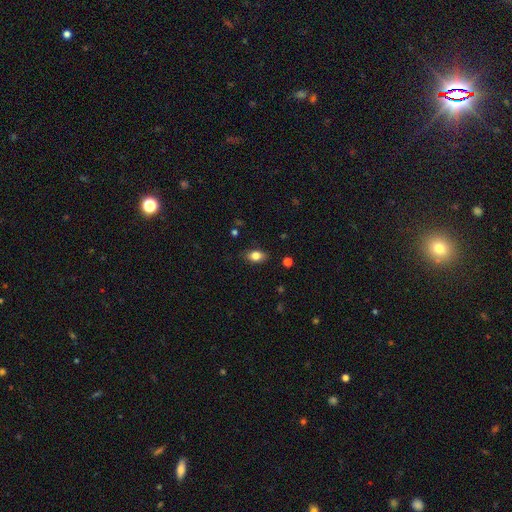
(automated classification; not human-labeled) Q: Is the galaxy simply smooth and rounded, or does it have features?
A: smooth — 82%.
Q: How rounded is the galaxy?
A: in between — 82%.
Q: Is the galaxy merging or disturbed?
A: none — 83%.